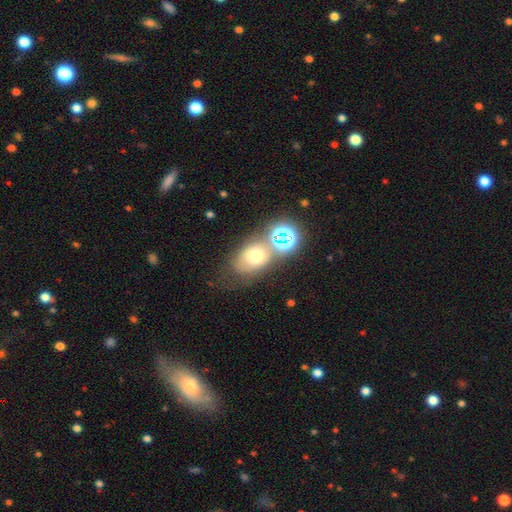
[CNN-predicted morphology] Smooth or featured? Predicted: smooth (p=0.57). How rounded? Predicted: in between (p=0.71). Merging? Predicted: none (p=0.50).